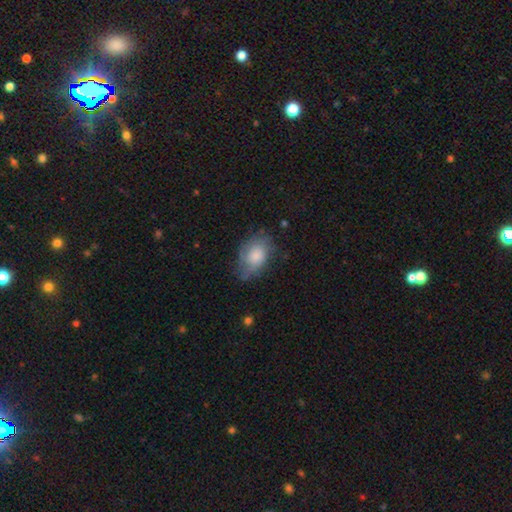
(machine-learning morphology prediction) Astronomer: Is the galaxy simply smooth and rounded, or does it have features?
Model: smooth — 66%.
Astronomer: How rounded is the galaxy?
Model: in between — 82%.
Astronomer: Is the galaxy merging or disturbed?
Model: none — 50% (runner-up: minor disturbance, 33%).